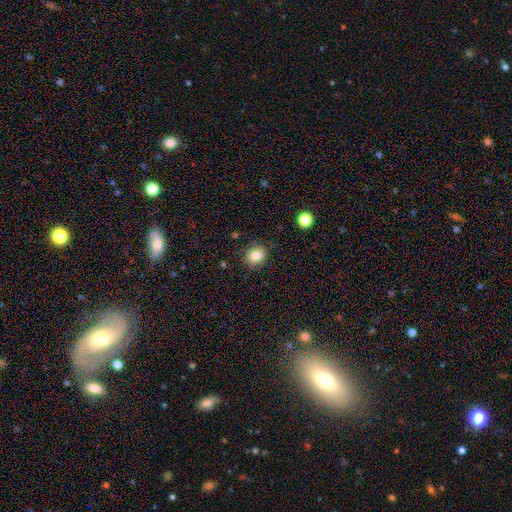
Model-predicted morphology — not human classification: smooth-or-featured: smooth: 83% | star or artifact: 10% | featured or disk: 7%
  how-rounded: round: 69% | in between: 30% | cigar-shaped: 1%
  merging: none: 85% | minor disturbance: 11% | major disturbance: 3% | merger: 2%